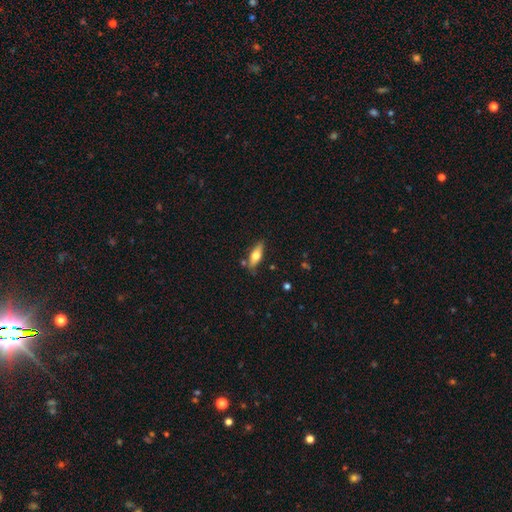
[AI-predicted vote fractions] This appears to be a smooth galaxy with no disk features (61%) that is in between round and cigar-shaped (59%). Merging: none (76%).